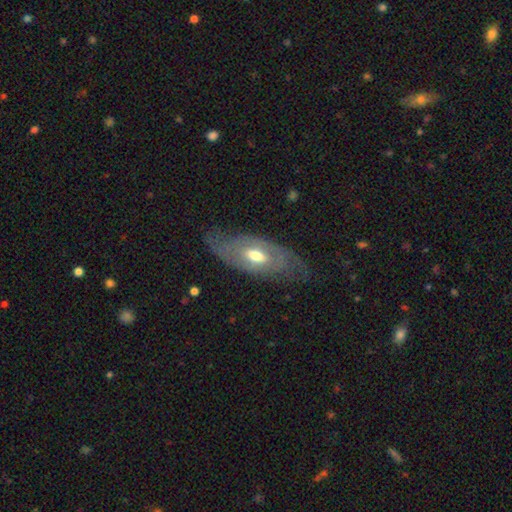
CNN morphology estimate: Smooth or featured: featured or disk — 65% (smooth — 26%)
Edge-on disk: no — 79% (yes — 21%)
Bar: no — 76% (weak — 19%)
Spiral arms: yes — 64% (no — 36%)
Bulge size: moderate — 73% (small — 15%)
Merging: none — 78% (minor disturbance — 16%)